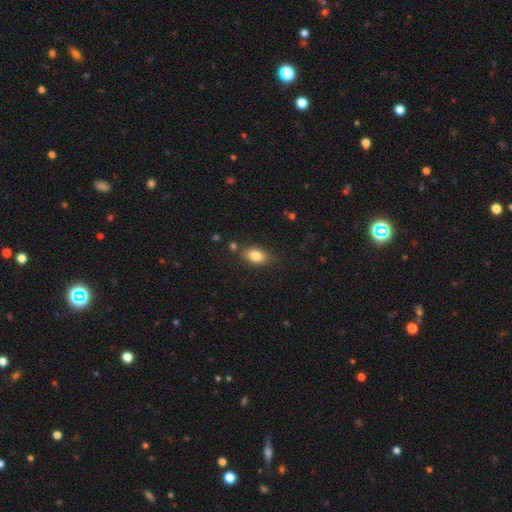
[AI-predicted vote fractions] The model was most divided on "merging": none: 79%, minor disturbance: 14%, merger: 4%, major disturbance: 3%. More confident: how rounded — in between (85%); smooth or featured — smooth (83%).